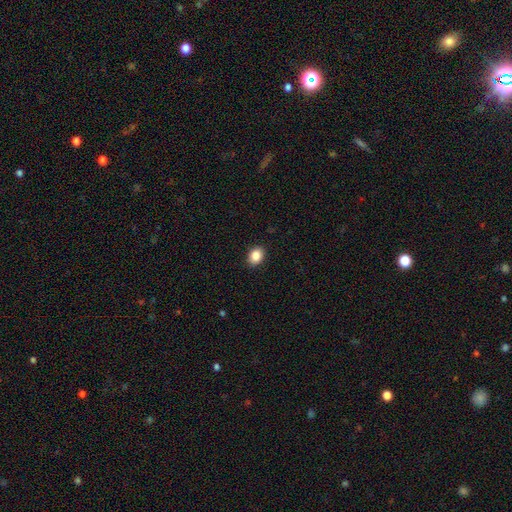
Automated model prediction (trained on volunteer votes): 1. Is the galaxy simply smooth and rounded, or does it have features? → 86% smooth, 9% star or artifact, 5% featured or disk.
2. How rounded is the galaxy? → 68% in between, 31% round, 1% cigar-shaped.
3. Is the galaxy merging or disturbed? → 90% none, 7% minor disturbance, 2% major disturbance, 1% merger.